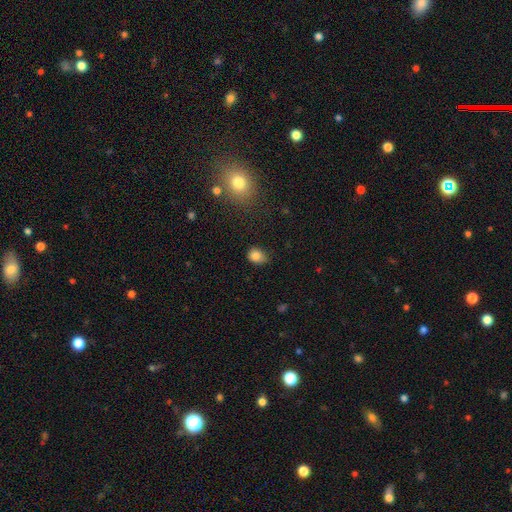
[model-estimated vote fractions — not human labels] Overall: smooth (83%). How rounded: in between (55%; round 44%). Merging: none (60%; minor disturbance 31%).